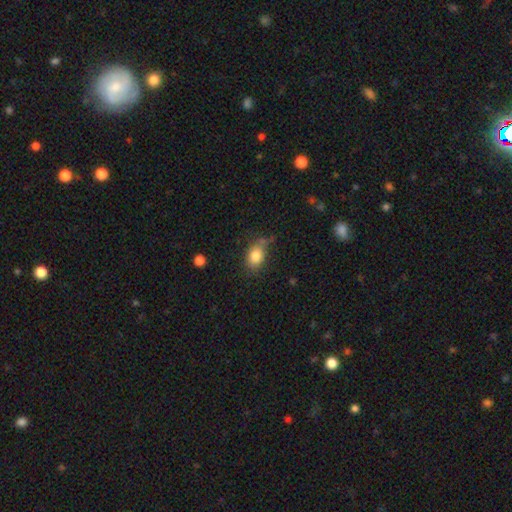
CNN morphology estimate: Smooth or featured? smooth (82%)
How rounded? in between (71%)
Merging? none (63%)